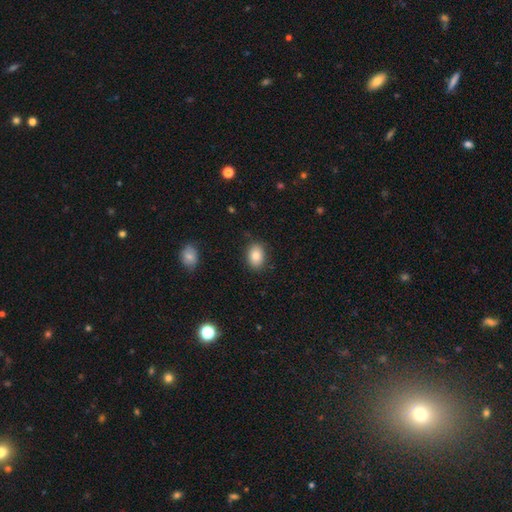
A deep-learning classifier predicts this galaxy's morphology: This appears to be a smooth galaxy with no disk features (84%) that is in between round and cigar-shaped (73%). Merging: none (86%).